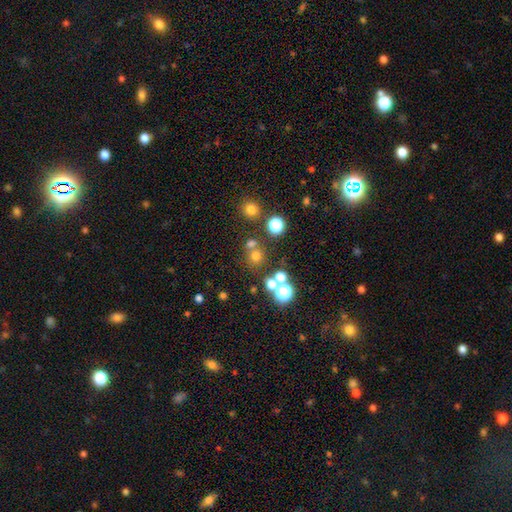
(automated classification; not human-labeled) This is likely a smooth galaxy (66%). How rounded: clearly round (89%). Merging: likely none (66%).